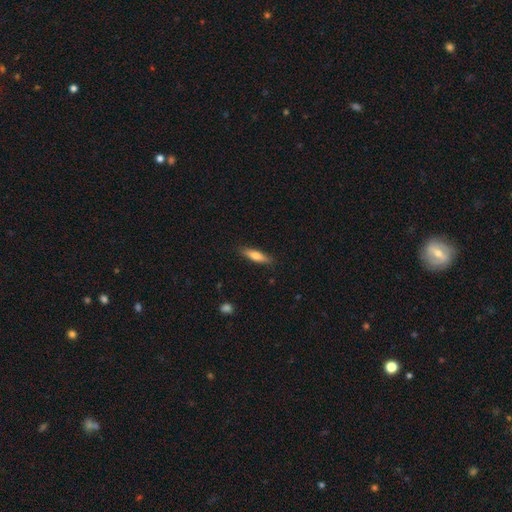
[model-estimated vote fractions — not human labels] A smooth galaxy with no disk features (66%) that is cigar-shaped (69%).

Vote fractions:
- Smooth or featured? smooth: 66% / featured or disk: 28% / star or artifact: 6%
- How rounded? cigar-shaped: 69% / in between: 29% / round: 2%
- Merging? none: 87% / minor disturbance: 9% / major disturbance: 2% / merger: 1%